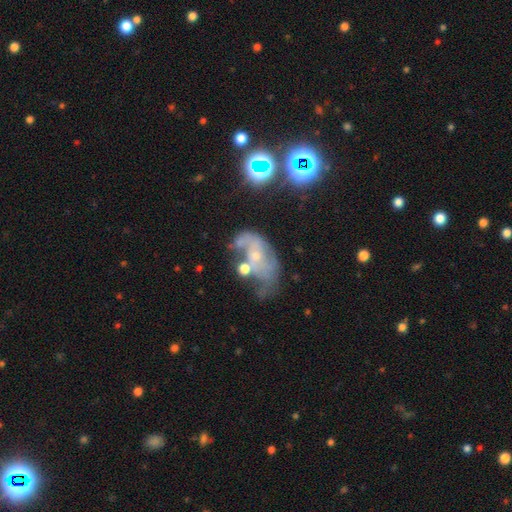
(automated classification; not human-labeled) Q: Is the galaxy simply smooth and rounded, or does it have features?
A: featured or disk — 58%.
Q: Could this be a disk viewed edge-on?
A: no — 96%.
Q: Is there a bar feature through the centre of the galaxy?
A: no — 76%.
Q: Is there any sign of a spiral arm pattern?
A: yes — 57%.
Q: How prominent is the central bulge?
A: small — 67%.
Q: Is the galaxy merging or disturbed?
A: major disturbance — 33%.